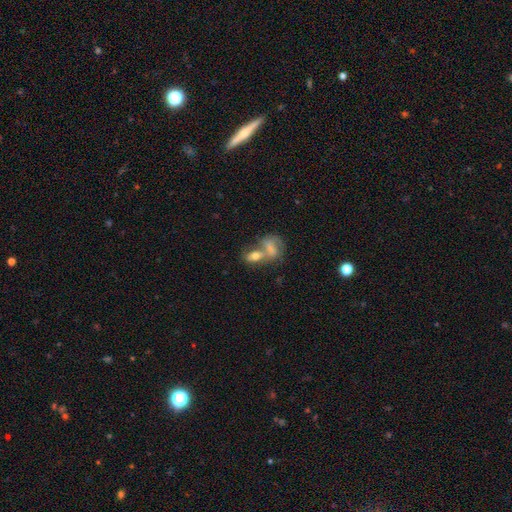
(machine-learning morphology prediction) Smooth or featured? Predicted: smooth (p=0.60). How rounded? Predicted: in between (p=0.76). Merging? Predicted: merger (p=0.62).